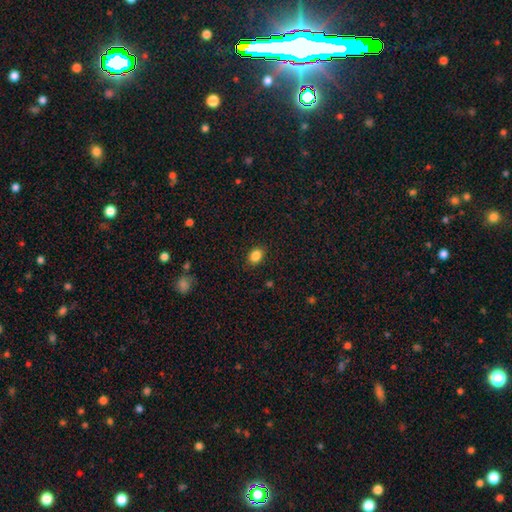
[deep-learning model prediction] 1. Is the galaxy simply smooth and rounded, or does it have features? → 86% smooth, 10% star or artifact, 4% featured or disk.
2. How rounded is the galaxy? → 70% in between, 29% round, 1% cigar-shaped.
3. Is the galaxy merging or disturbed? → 87% none, 9% minor disturbance, 2% major disturbance, 1% merger.